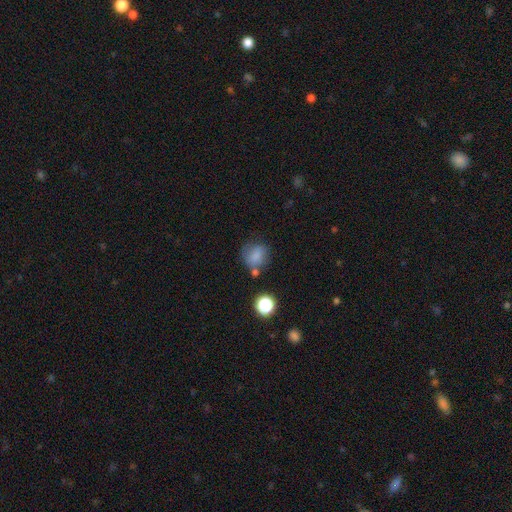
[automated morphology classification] This is likely a smooth galaxy (76%). How rounded: likely round (69%). Merging: possibly none (58%).